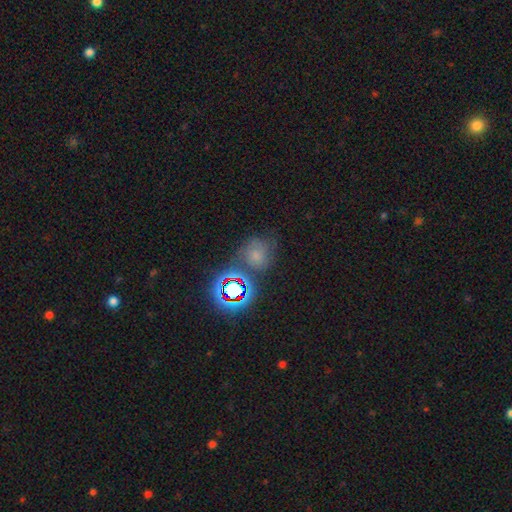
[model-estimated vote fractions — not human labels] Smooth or featured: smooth — 53% (star or artifact — 32%)
How rounded: round — 78% (in between — 21%)
Merging: none — 59% (minor disturbance — 19%)